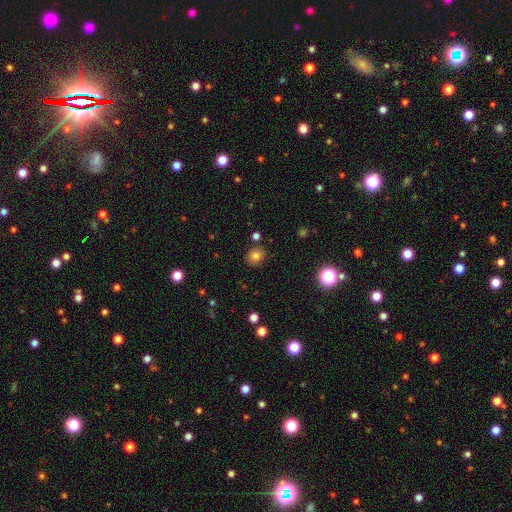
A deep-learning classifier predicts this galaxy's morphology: This is likely a smooth galaxy (78%). How rounded: likely round (79%). Merging: clearly none (85%).